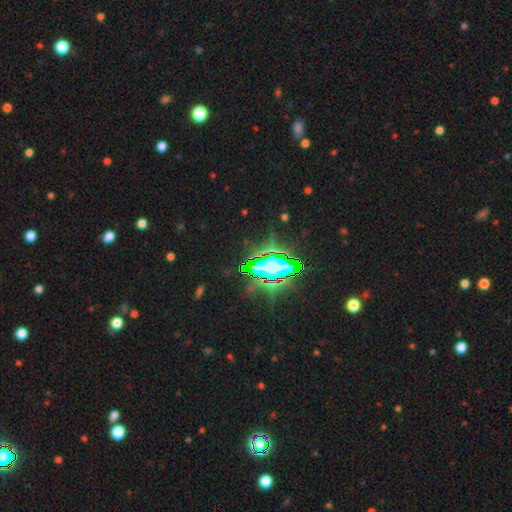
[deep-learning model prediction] Overall: star or artifact (80%).